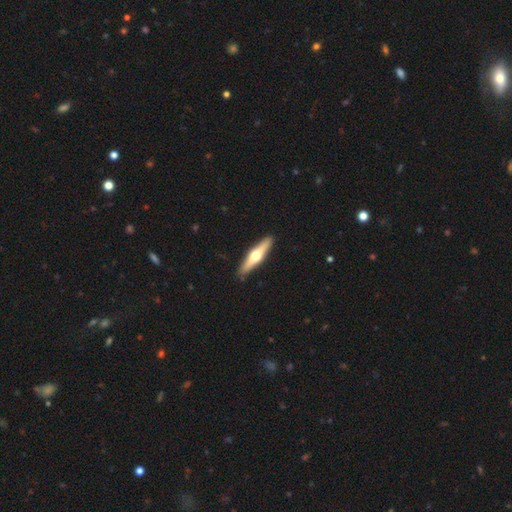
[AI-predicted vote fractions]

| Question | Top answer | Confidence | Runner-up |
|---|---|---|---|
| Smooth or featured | featured or disk | 58% | smooth (38%) |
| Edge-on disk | yes | 94% | no (6%) |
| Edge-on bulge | rounded | 95% | none (3%) |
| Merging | none | 90% | minor disturbance (7%) |